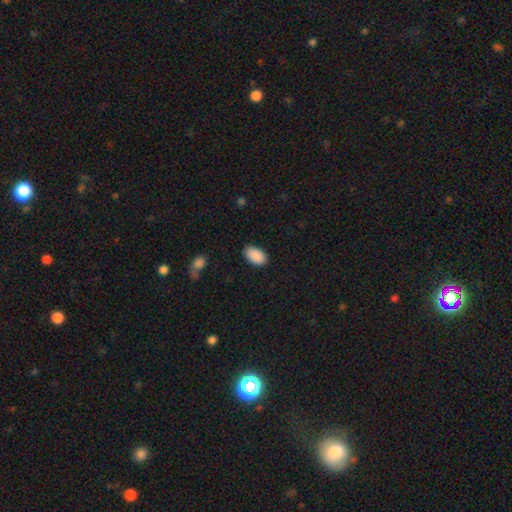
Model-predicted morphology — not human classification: Q: Smooth or featured?
A: smooth (91%); runner-up: star or artifact (6%)
Q: How rounded?
A: in between (94%); runner-up: round (5%)
Q: Merging?
A: none (86%); runner-up: minor disturbance (10%)